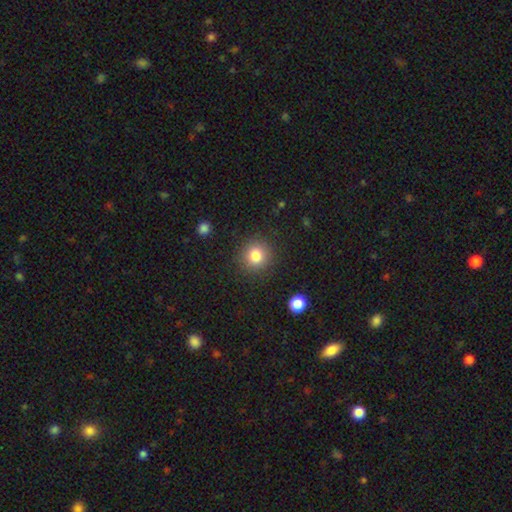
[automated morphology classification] A smooth galaxy with no disk features (81%) that is round (92%).

Vote fractions:
- Smooth or featured? smooth: 81% / star or artifact: 12% / featured or disk: 7%
- How rounded? round: 92% / in between: 7% / cigar-shaped: 1%
- Merging? none: 89% / minor disturbance: 7% / major disturbance: 3% / merger: 1%